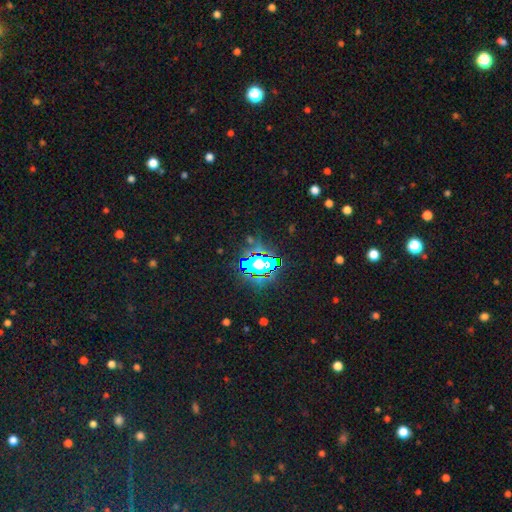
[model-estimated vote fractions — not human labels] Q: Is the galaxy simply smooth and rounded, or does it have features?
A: star or artifact — 71%.